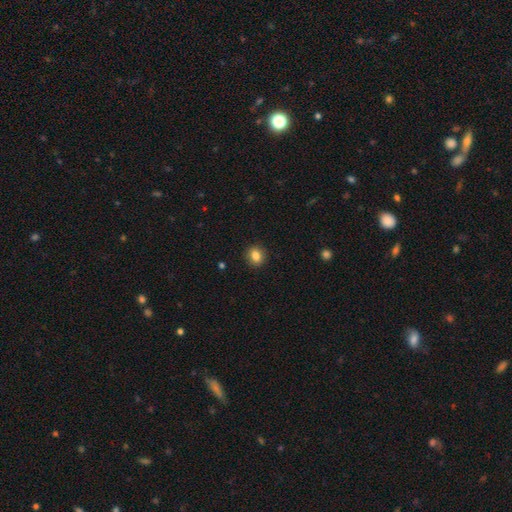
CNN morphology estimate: Smooth or featured? Predicted: smooth (p=0.84). How rounded? Predicted: round (p=0.68). Merging? Predicted: none (p=0.91).